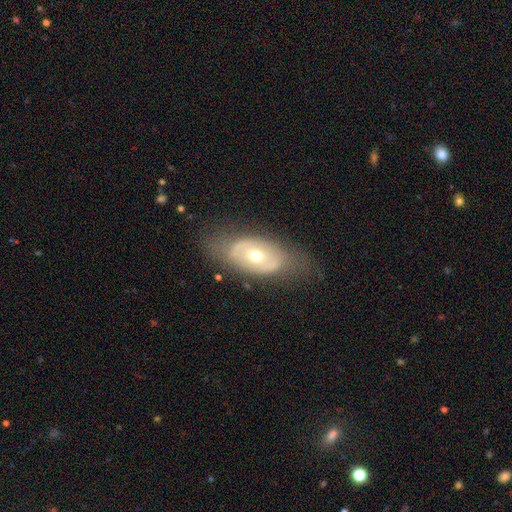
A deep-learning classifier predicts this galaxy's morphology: This is possibly a featured or disk galaxy (57%). It is clearly not viewed edge-on (88%). Bar: likely no (79%). Spiral arm pattern: likely no (70%). Central bulge: possibly moderate (59%). Merging: likely none (65%).